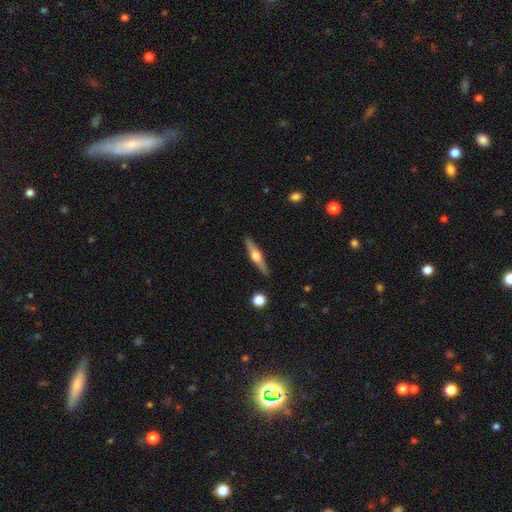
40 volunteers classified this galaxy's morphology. Smooth or featured? featured or disk (72%)
Edge-on disk? yes (97%)
Edge-on bulge? rounded (93%)
Merging? none (88%)